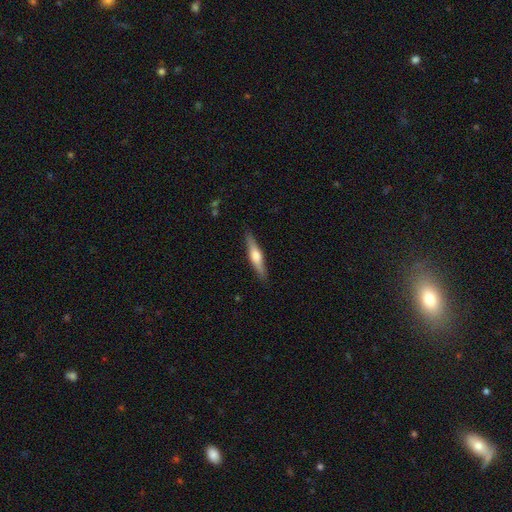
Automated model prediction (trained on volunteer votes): Smooth or featured? Predicted: featured or disk (p=0.55). Edge-on disk? Predicted: yes (p=0.96). Edge-on bulge? Predicted: rounded (p=0.88). Merging? Predicted: none (p=0.89).